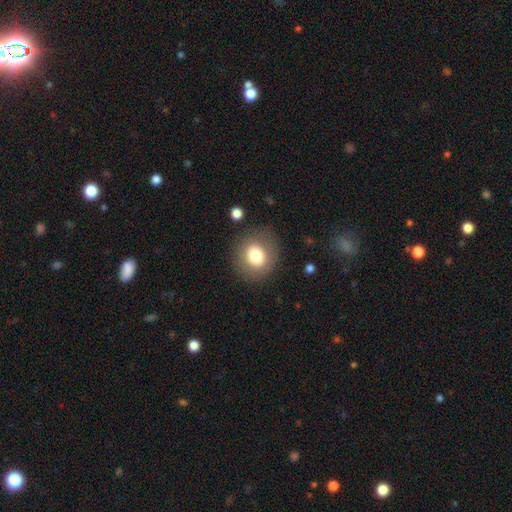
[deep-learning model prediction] Smooth or featured? smooth (76%)
How rounded? round (82%)
Merging? none (84%)